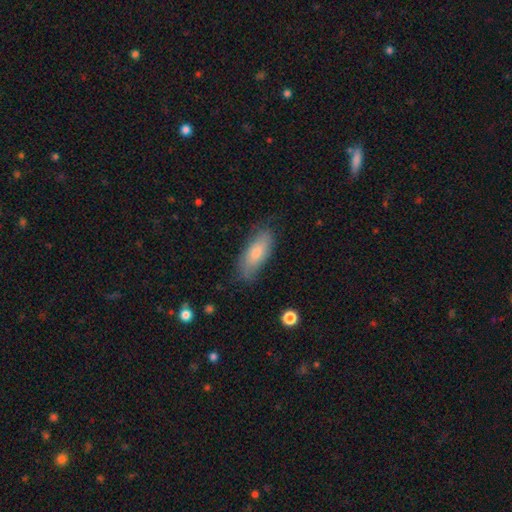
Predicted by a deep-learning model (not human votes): Q: Smooth or featured?
A: smooth (73%); runner-up: featured or disk (19%)
Q: How rounded?
A: in between (73%); runner-up: cigar-shaped (25%)
Q: Merging?
A: none (78%); runner-up: minor disturbance (17%)